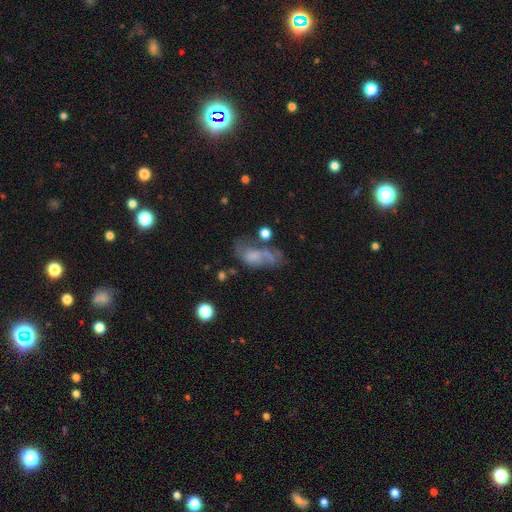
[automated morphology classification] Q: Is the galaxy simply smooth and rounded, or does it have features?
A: featured or disk — 47%.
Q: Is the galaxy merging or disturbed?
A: major disturbance — 33%.